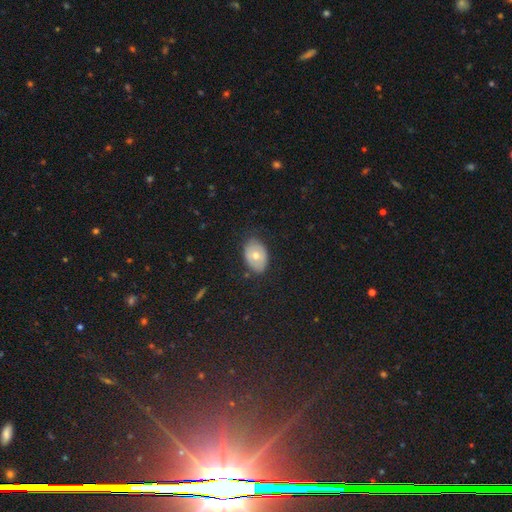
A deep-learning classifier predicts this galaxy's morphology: Q: Smooth or featured?
A: smooth (61%); runner-up: featured or disk (30%)
Q: How rounded?
A: in between (82%); runner-up: round (17%)
Q: Merging?
A: none (76%); runner-up: minor disturbance (19%)